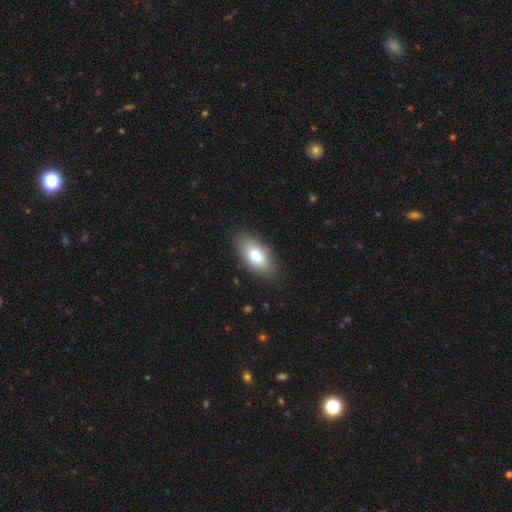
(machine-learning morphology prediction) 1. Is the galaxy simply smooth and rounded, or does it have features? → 77% smooth, 16% featured or disk, 7% star or artifact.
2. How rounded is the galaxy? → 91% in between, 5% cigar-shaped, 4% round.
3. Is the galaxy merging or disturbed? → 85% none, 11% minor disturbance, 3% major disturbance, 1% merger.